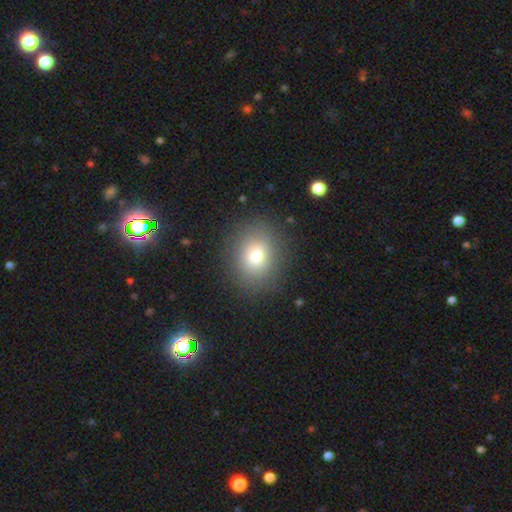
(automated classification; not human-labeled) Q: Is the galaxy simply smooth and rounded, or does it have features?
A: smooth — 75%.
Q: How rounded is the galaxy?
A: round — 56%.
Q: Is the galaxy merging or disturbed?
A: none — 85%.